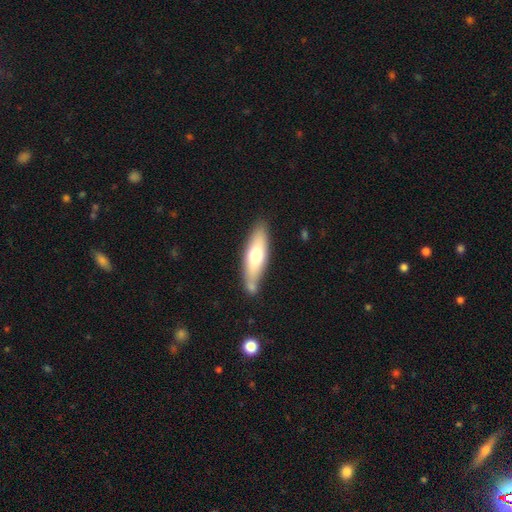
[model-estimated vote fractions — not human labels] A smooth galaxy with no disk features (61%) that is cigar-shaped (58%). Merging: none (69%).